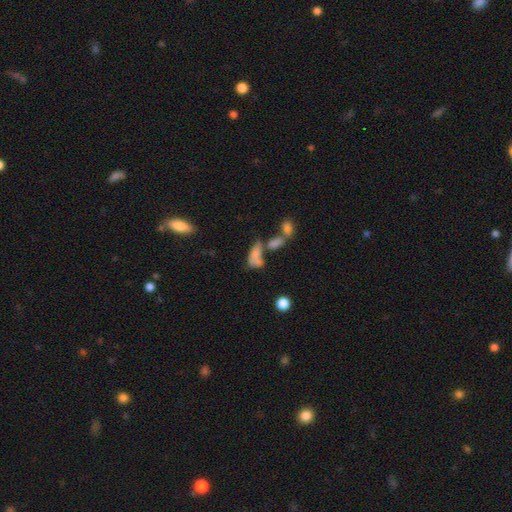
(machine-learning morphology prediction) Smooth or featured? Predicted: smooth (p=0.66). How rounded? Predicted: in between (p=0.79). Merging? Predicted: merger (p=0.48).